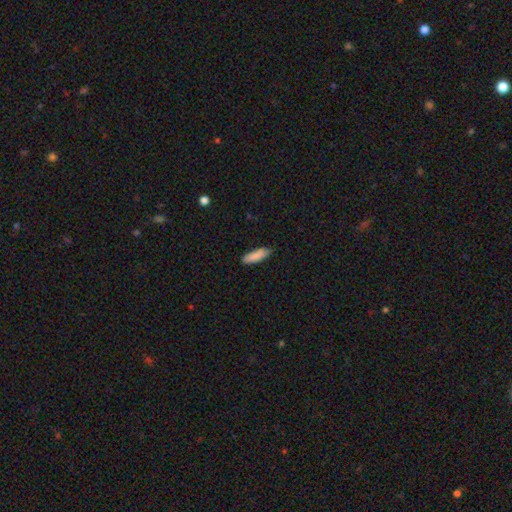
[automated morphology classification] Smooth or featured?
  - smooth: 86% *
  - featured or disk: 7%
  - star or artifact: 6%
How rounded?
  - cigar-shaped: 54% *
  - in between: 44%
  - round: 2%
Merging?
  - none: 81% *
  - minor disturbance: 16%
  - major disturbance: 2%
  - merger: 1%